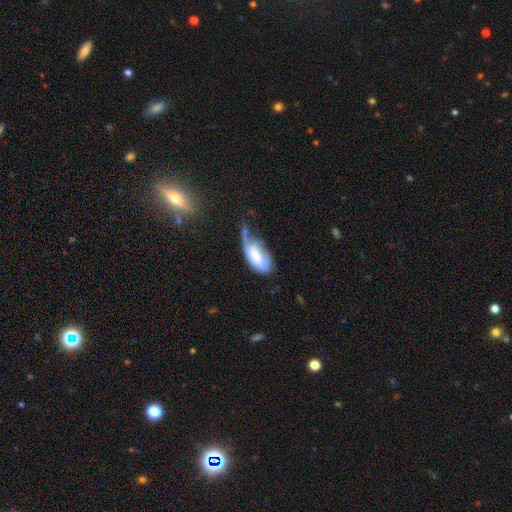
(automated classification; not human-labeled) A smooth galaxy with no disk features (64%) that is in between round and cigar-shaped (90%). Merging: minor disturbance (36%).